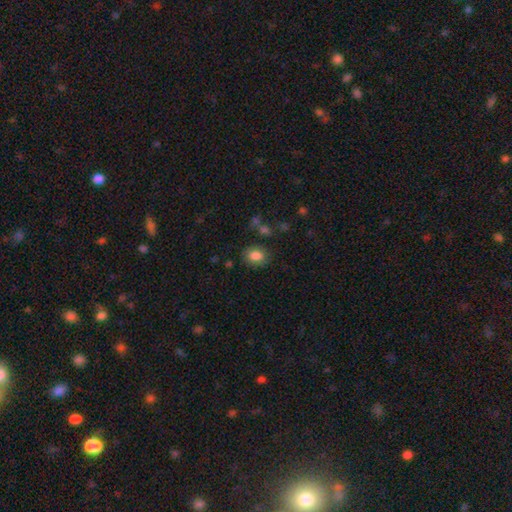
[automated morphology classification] Smooth or featured?
  - smooth: 84% *
  - star or artifact: 9%
  - featured or disk: 7%
How rounded?
  - in between: 68% *
  - round: 31%
  - cigar-shaped: 1%
Merging?
  - none: 77% *
  - minor disturbance: 14%
  - major disturbance: 5%
  - merger: 3%